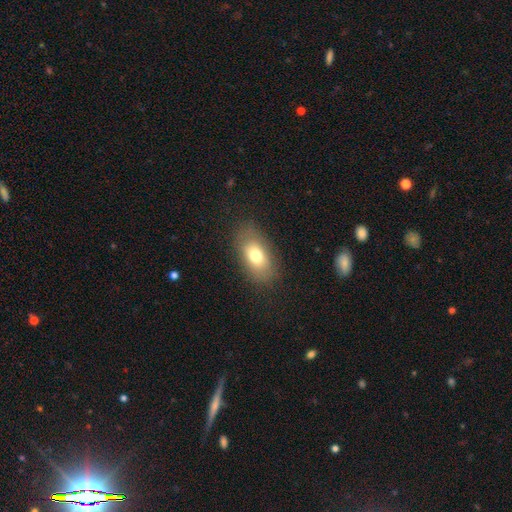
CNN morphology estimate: type=smooth (73%); roundness=in between (88%); merging=none (79%).